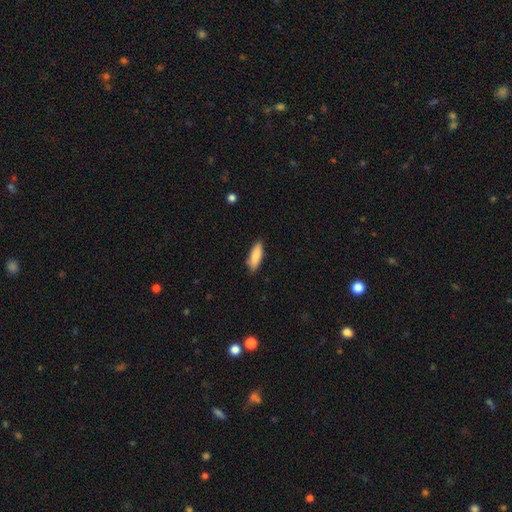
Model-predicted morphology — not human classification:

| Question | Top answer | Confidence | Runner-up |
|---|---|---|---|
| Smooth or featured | smooth | 87% | featured or disk (8%) |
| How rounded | in between | 54% | cigar-shaped (44%) |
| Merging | none | 83% | minor disturbance (13%) |